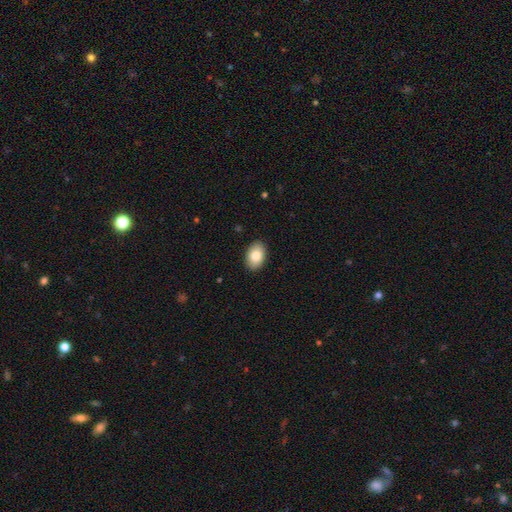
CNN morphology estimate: A smooth galaxy with no disk features (84%) that is in between round and cigar-shaped (88%). Merging: none (89%).